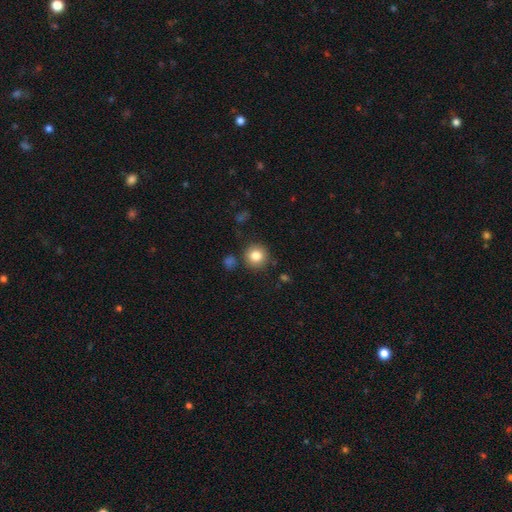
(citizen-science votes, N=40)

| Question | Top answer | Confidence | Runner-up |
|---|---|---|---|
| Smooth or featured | smooth | 92% | featured or disk (5%) |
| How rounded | round | 100% | — |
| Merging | none | 82% | minor disturbance (13%) |